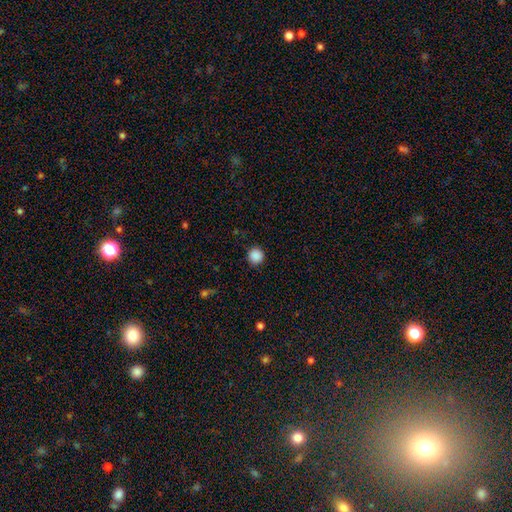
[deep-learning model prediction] Smooth or featured? smooth (88%)
How rounded? round (94%)
Merging? none (91%)